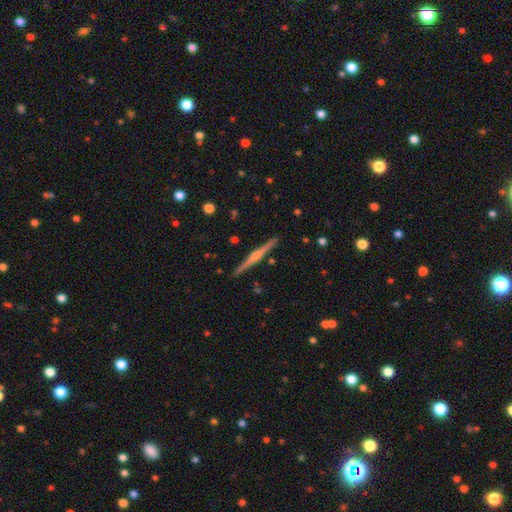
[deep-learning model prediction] featured or disk 80%, smooth 15%, star or artifact 5%. Down the decision tree: edge-on disk — yes (99%); edge-on bulge — rounded (77%); merging — none (92%).